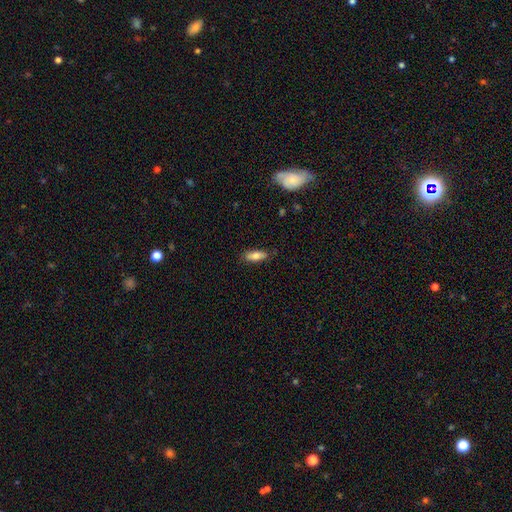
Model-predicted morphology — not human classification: smooth-or-featured: smooth: 77% | featured or disk: 16% | star or artifact: 7%
  how-rounded: in between: 69% | cigar-shaped: 29% | round: 2%
  merging: none: 83% | minor disturbance: 14% | major disturbance: 2% | merger: 1%